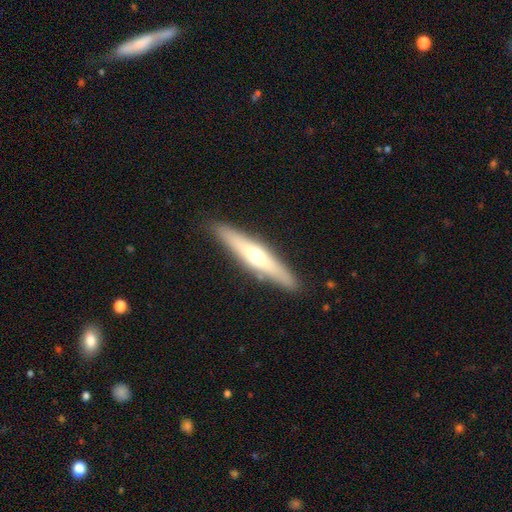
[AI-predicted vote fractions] Smooth or featured?
  - featured or disk: 57% *
  - smooth: 37%
  - star or artifact: 6%
Edge-on disk?
  - yes: 89% *
  - no: 11%
Edge-on bulge?
  - rounded: 86% *
  - none: 10%
  - boxy: 4%
Merging?
  - none: 90% *
  - minor disturbance: 8%
  - major disturbance: 2%
  - merger: 1%